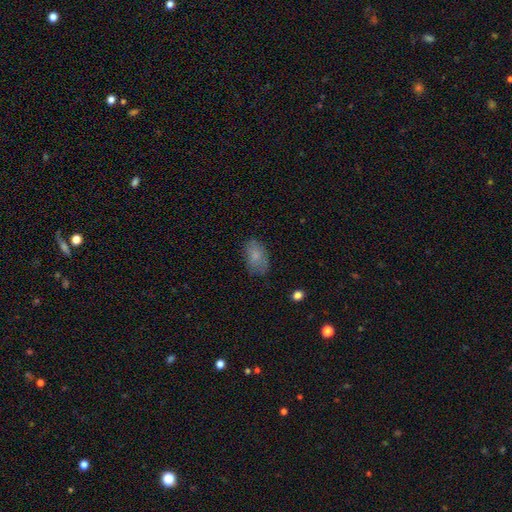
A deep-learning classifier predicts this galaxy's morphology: Smooth or featured?
  - smooth: 79% *
  - featured or disk: 13%
  - star or artifact: 8%
How rounded?
  - in between: 89% *
  - round: 9%
  - cigar-shaped: 2%
Merging?
  - none: 75% *
  - minor disturbance: 19%
  - major disturbance: 5%
  - merger: 1%